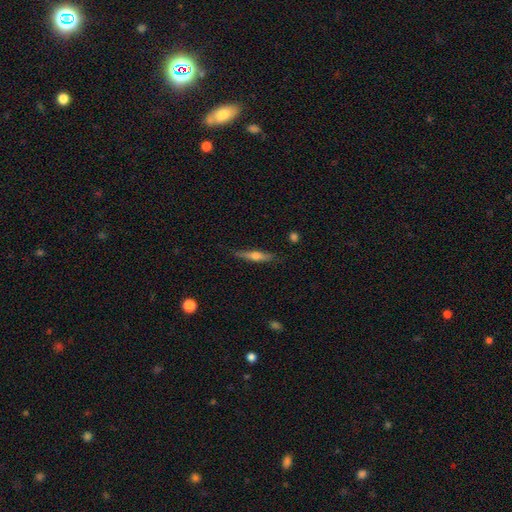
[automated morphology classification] A featured or disk galaxy (48%).

Vote fractions:
- Smooth or featured? featured or disk: 48% / smooth: 46% / star or artifact: 6%
- Merging? none: 82% / minor disturbance: 14% / major disturbance: 3% / merger: 2%